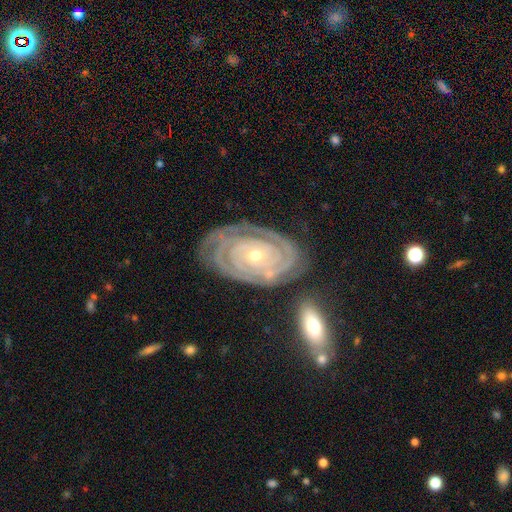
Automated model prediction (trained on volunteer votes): Smooth or featured?
  - featured or disk: 91% *
  - star or artifact: 5%
  - smooth: 4%
Edge-on disk?
  - no: 96% *
  - yes: 4%
Bar?
  - no: 76% *
  - weak: 15%
  - strong: 9%
Spiral arms?
  - yes: 98% *
  - no: 2%
Spiral winding?
  - tight: 88% *
  - medium: 10%
  - loose: 2%
Spiral arm count?
  - 2: 40% *
  - 3: 22%
  - can't tell: 17%
  - 4: 10%
  - more than 4: 6%
  - 1: 6%
Bulge size?
  - small: 64% *
  - moderate: 33%
  - large: 1%
  - dominant: 1%
  - none: 1%
Merging?
  - none: 73% *
  - minor disturbance: 16%
  - major disturbance: 6%
  - merger: 5%